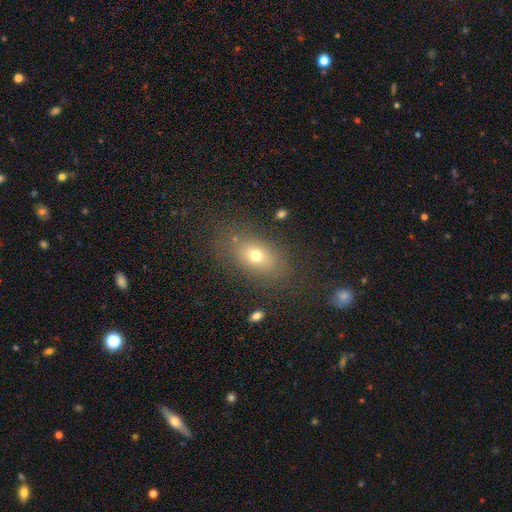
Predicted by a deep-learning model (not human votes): smooth-or-featured: smooth: 70% | featured or disk: 17% | star or artifact: 14%
  how-rounded: in between: 77% | round: 18% | cigar-shaped: 4%
  merging: none: 75% | minor disturbance: 14% | major disturbance: 8% | merger: 3%